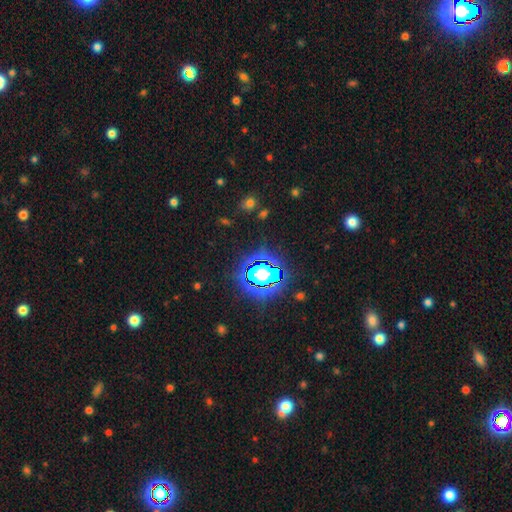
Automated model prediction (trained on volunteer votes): Smooth or featured?
  - star or artifact: 83% *
  - smooth: 10%
  - featured or disk: 7%